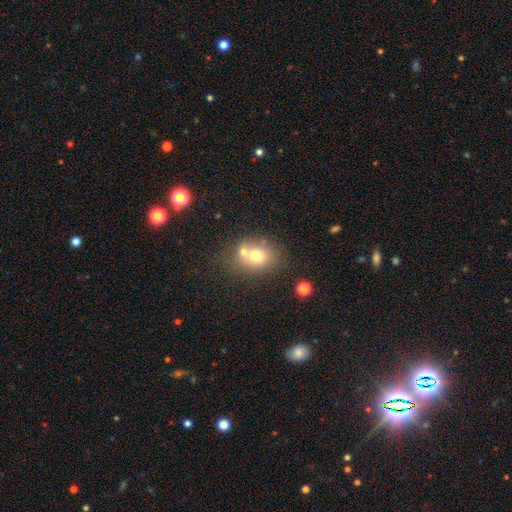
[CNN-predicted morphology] A smooth galaxy with no disk features (68%) that is round (59%).

Vote fractions:
- Smooth or featured? smooth: 68% / featured or disk: 20% / star or artifact: 12%
- How rounded? round: 59% / in between: 40% / cigar-shaped: 1%
- Merging? none: 46% / merger: 38% / minor disturbance: 12% / major disturbance: 5%